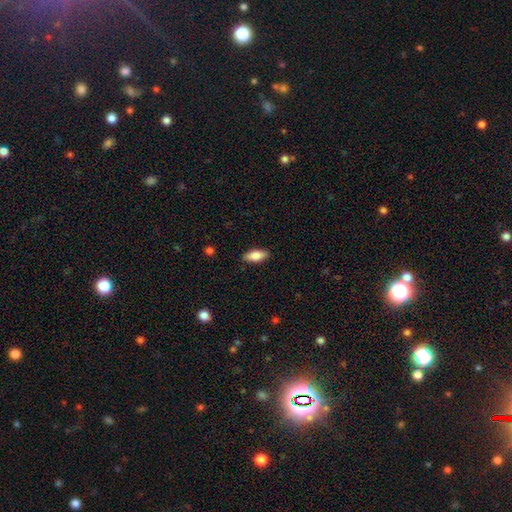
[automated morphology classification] The model was most divided on "how rounded": in between: 81%, cigar-shaped: 17%, round: 2%. More confident: merging — none (88%); smooth or featured — smooth (80%).